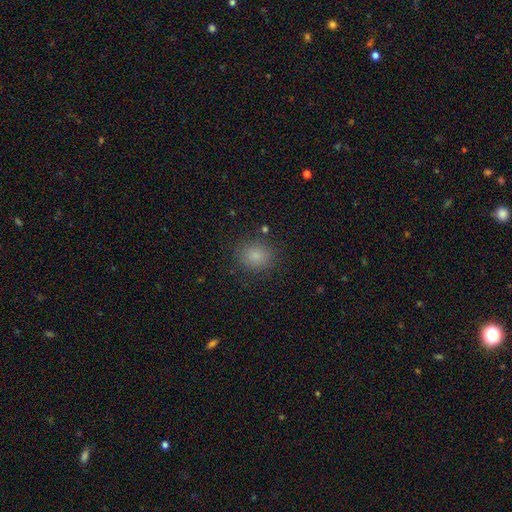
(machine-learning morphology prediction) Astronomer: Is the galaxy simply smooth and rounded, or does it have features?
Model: smooth — 82%.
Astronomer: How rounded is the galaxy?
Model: round — 71%.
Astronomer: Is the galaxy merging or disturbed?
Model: none — 85%.